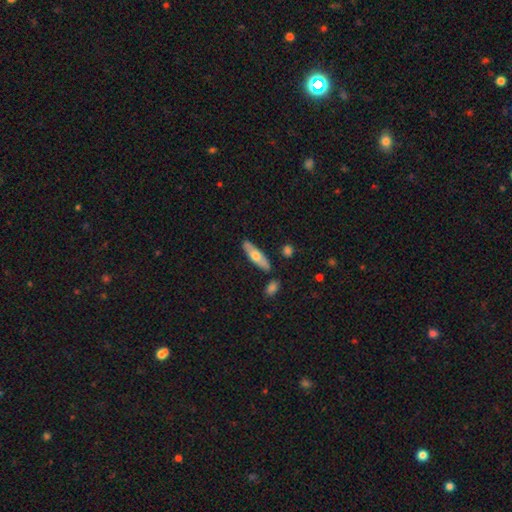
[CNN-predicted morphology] Smooth or featured: smooth — 57% (featured or disk — 38%)
How rounded: cigar-shaped — 58% (in between — 40%)
Merging: none — 81% (minor disturbance — 12%)